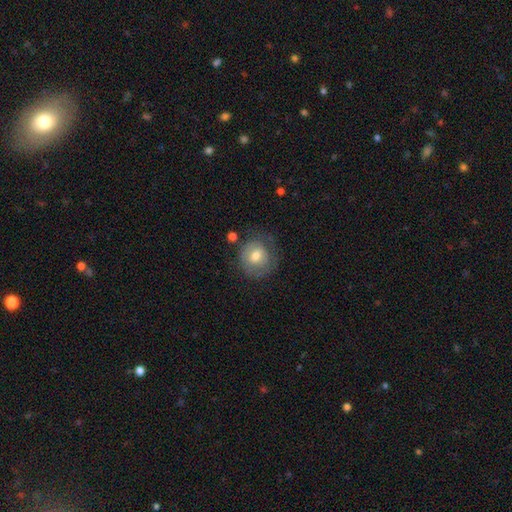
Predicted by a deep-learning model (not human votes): Smooth or featured? Predicted: smooth (p=0.60). How rounded? Predicted: round (p=0.81). Merging? Predicted: none (p=0.64).